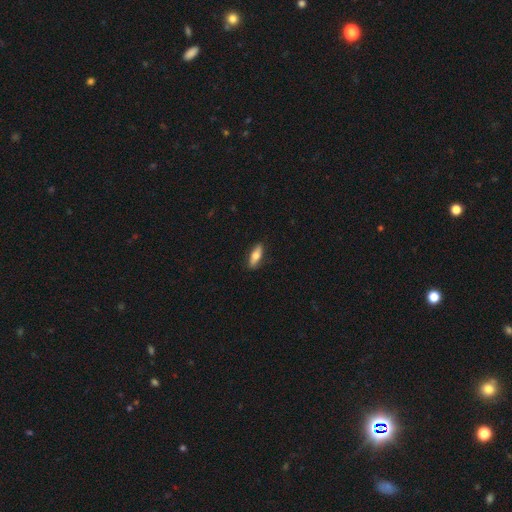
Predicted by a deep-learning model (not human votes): smooth_or_featured: smooth (p=0.65) [alt: featured or disk p=0.29]
how_rounded: in between (p=0.56) [alt: cigar-shaped p=0.41]
merging: none (p=0.87) [alt: minor disturbance p=0.10]